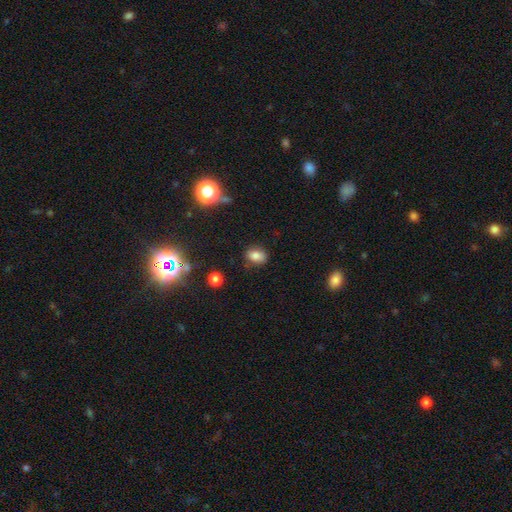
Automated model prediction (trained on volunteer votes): This appears to be a smooth galaxy with no disk features (79%) that is in between round and cigar-shaped (73%). Merging: none (82%).